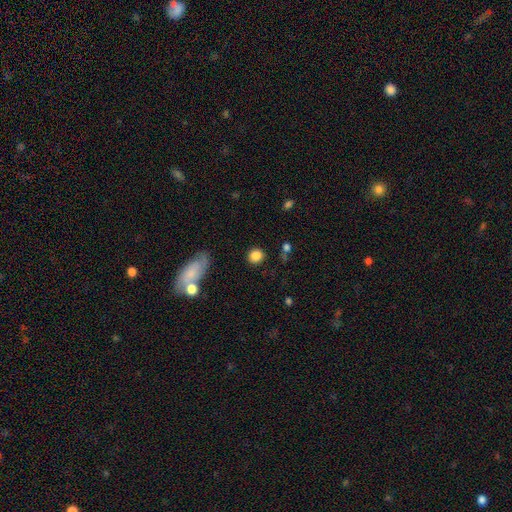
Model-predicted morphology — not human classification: Smooth or featured? smooth (85%)
How rounded? round (83%)
Merging? none (84%)